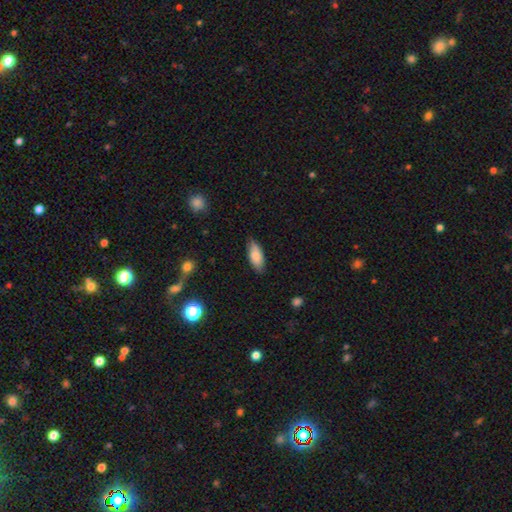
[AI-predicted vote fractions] A smooth galaxy with no disk features (84%) that is in between round and cigar-shaped (81%). Merging: none (82%).